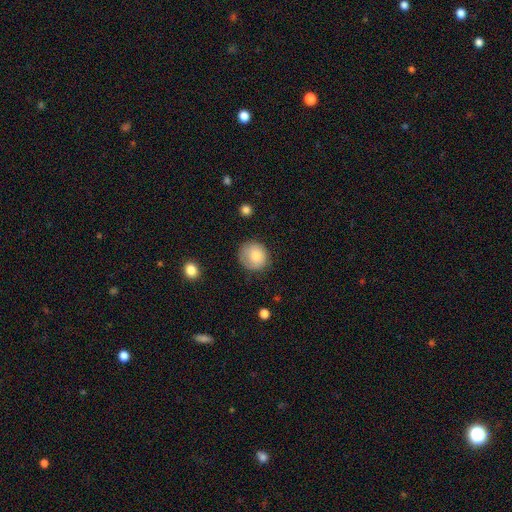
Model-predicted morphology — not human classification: The model was most divided on "merging": none: 74%, minor disturbance: 19%, major disturbance: 6%, merger: 1%. More confident: how rounded — round (86%); smooth or featured — smooth (81%).